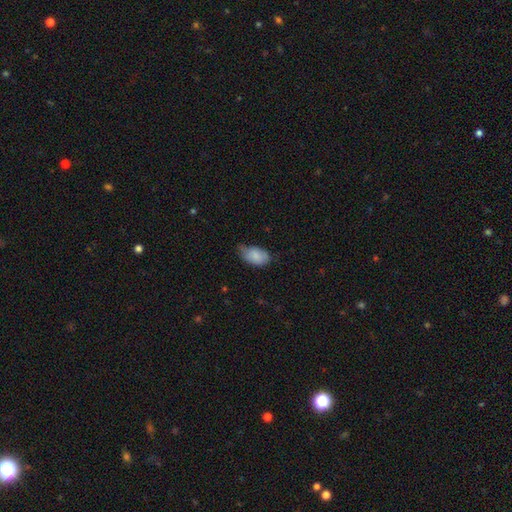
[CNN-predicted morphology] Q: Smooth or featured?
A: smooth (84%); runner-up: featured or disk (9%)
Q: How rounded?
A: in between (92%); runner-up: round (7%)
Q: Merging?
A: minor disturbance (46%); runner-up: none (42%)